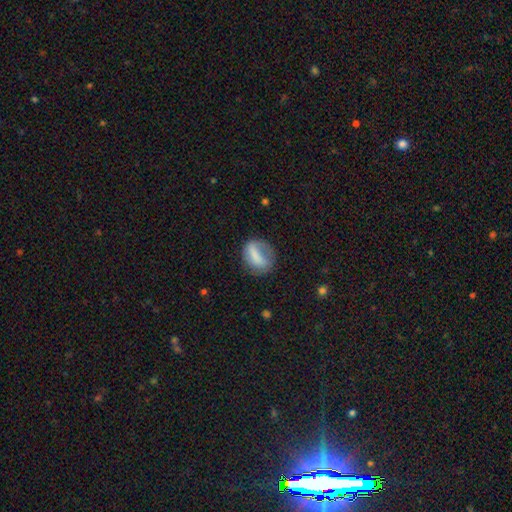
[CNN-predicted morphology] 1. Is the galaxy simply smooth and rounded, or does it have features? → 69% smooth, 23% featured or disk, 8% star or artifact.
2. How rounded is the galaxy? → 56% in between, 39% round, 5% cigar-shaped.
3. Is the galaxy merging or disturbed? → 54% none, 25% minor disturbance, 20% major disturbance, 2% merger.